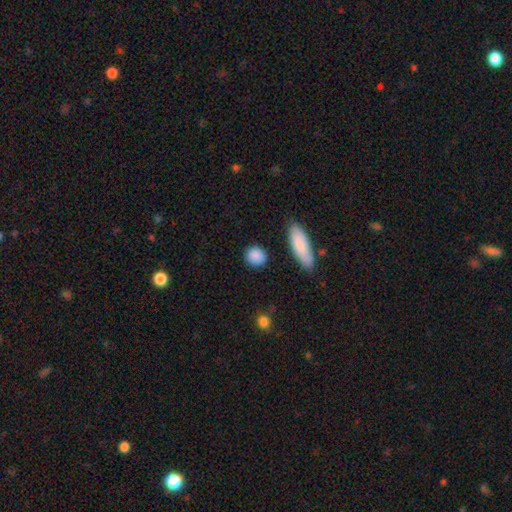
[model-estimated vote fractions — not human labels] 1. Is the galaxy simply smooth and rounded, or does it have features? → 88% smooth, 7% star or artifact, 5% featured or disk.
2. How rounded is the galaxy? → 78% round, 19% in between, 3% cigar-shaped.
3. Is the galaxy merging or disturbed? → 86% none, 9% minor disturbance, 3% major disturbance, 2% merger.